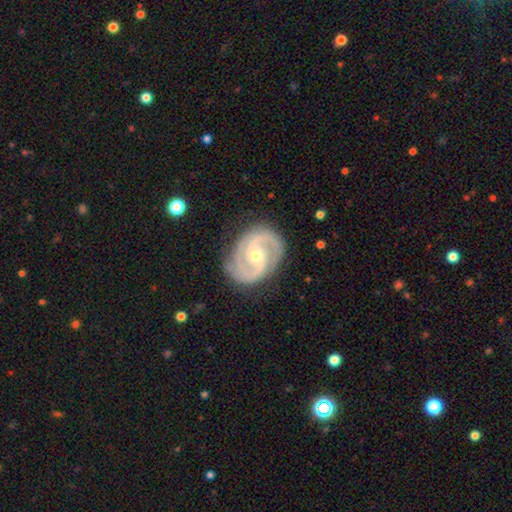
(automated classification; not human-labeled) smooth_or_featured: featured or disk (p=0.92) [alt: star or artifact p=0.04]
disk_edge_on: no (p=0.98) [alt: yes p=0.02]
bar: no (p=0.47) [alt: weak p=0.37]
has_spiral_arms: yes (p=0.98) [alt: no p=0.02]
spiral_winding: medium (p=0.52) [alt: tight p=0.40]
spiral_arm_count: 2 (p=0.89) [alt: 3 p=0.05]
bulge_size: small (p=0.57) [alt: moderate p=0.41]
merging: none (p=0.82) [alt: minor disturbance p=0.13]